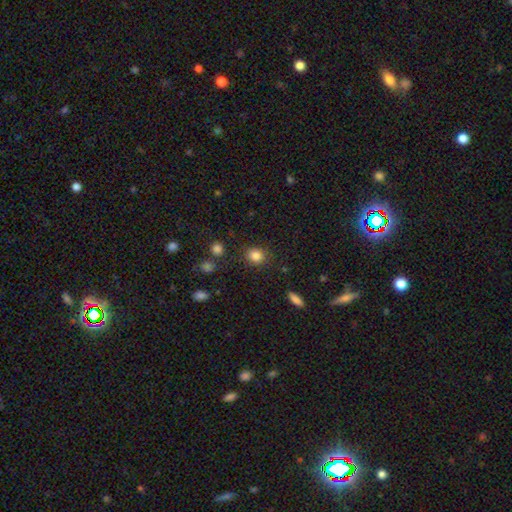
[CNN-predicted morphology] Smooth or featured? Predicted: smooth (p=0.84). How rounded? Predicted: round (p=0.74). Merging? Predicted: none (p=0.84).